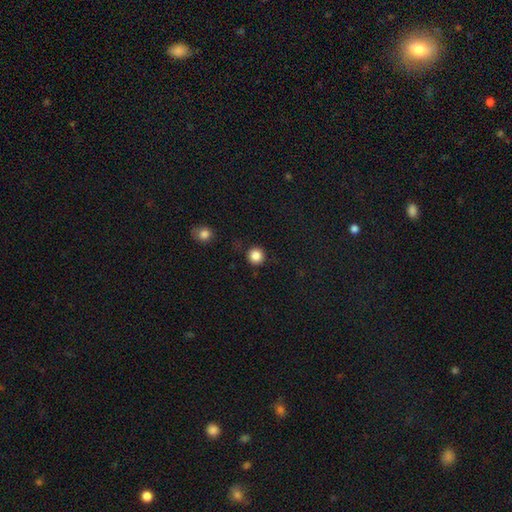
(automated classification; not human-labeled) Overall: smooth (85%). How rounded: round (94%). Merging: none (90%).